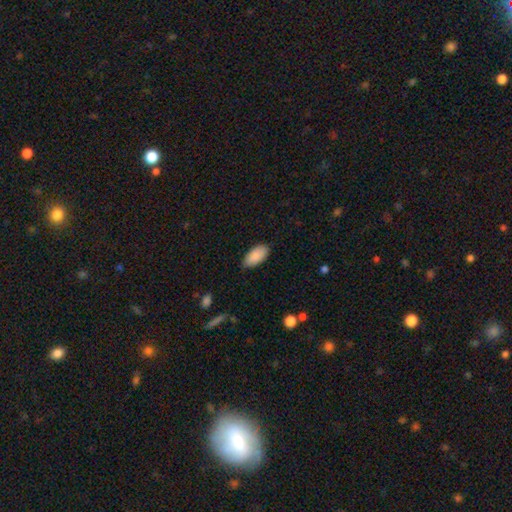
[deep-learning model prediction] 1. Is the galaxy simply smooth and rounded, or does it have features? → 90% smooth, 6% star or artifact, 4% featured or disk.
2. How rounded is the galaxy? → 94% in between, 4% cigar-shaped, 2% round.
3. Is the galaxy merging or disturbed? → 84% none, 13% minor disturbance, 2% major disturbance, 1% merger.